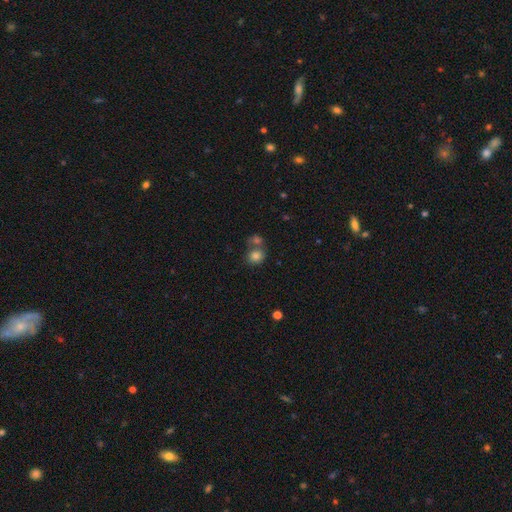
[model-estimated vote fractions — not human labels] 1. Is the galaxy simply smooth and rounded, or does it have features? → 81% smooth, 11% star or artifact, 8% featured or disk.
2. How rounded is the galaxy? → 75% round, 24% in between, 1% cigar-shaped.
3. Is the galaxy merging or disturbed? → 46% none, 40% merger, 10% minor disturbance, 4% major disturbance.